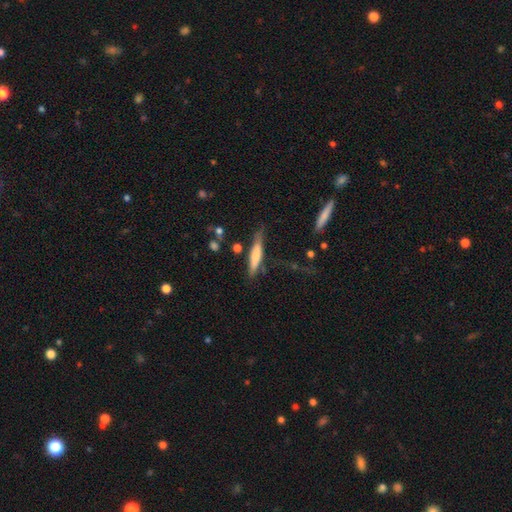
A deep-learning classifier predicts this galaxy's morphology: Smooth or featured?
  - smooth: 60% *
  - featured or disk: 34%
  - star or artifact: 6%
How rounded?
  - cigar-shaped: 84% *
  - in between: 14%
  - round: 2%
Merging?
  - none: 64% *
  - minor disturbance: 23%
  - major disturbance: 8%
  - merger: 5%